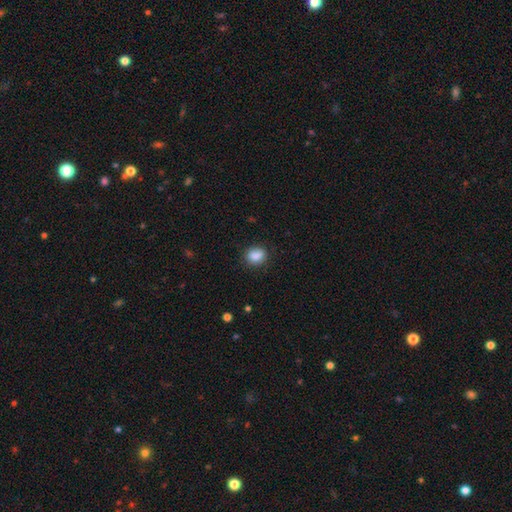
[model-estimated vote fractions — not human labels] smooth-or-featured: smooth: 87% | star or artifact: 9% | featured or disk: 4%
  how-rounded: round: 52% | in between: 47% | cigar-shaped: 1%
  merging: none: 82% | minor disturbance: 13% | major disturbance: 3% | merger: 1%